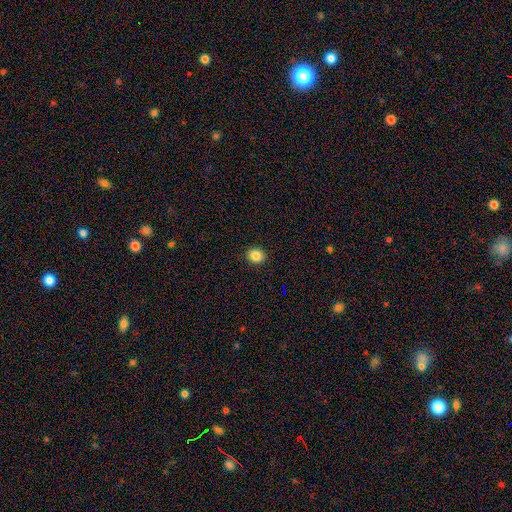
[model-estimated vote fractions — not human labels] The model was most divided on "how rounded": round: 74%, in between: 25%, cigar-shaped: 1%. More confident: merging — none (91%); smooth or featured — smooth (85%).